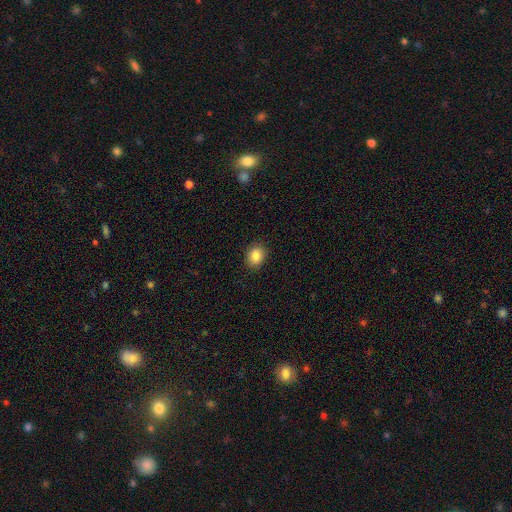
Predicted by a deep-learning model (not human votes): This appears to be a smooth galaxy with no disk features (86%) that is in between round and cigar-shaped (51%). Merging: none (89%).